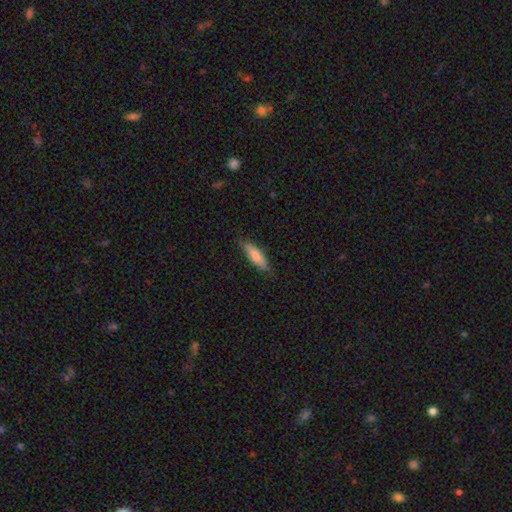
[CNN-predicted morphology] Smooth or featured: smooth — 82% (featured or disk — 12%)
How rounded: cigar-shaped — 54% (in between — 45%)
Merging: none — 80% (minor disturbance — 16%)